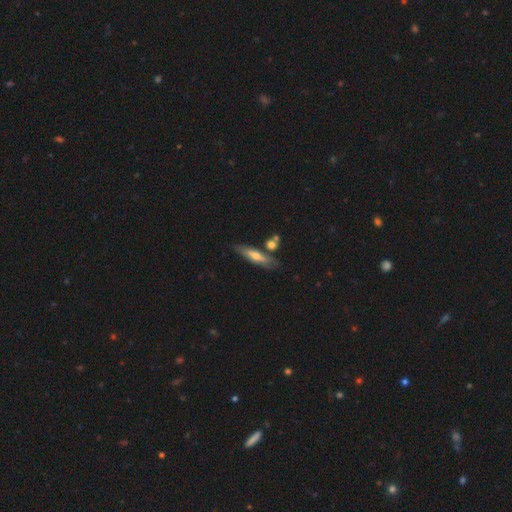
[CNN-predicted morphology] Smooth or featured: featured or disk — 47% (tied with smooth — 47%)
Merging: none — 72% (minor disturbance — 14%)